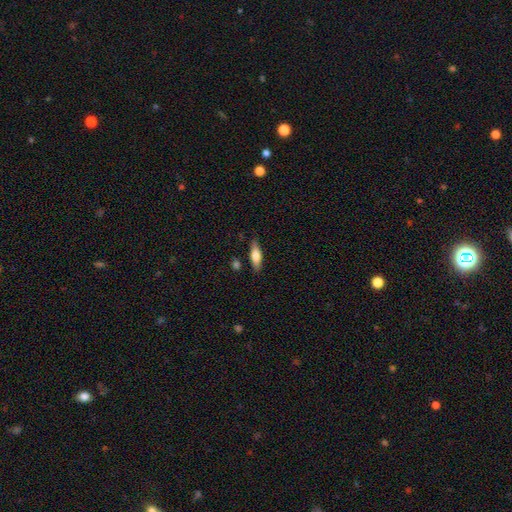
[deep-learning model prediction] Morphology: type=smooth (69%); roundness=in between (50%); merging=none (81%).